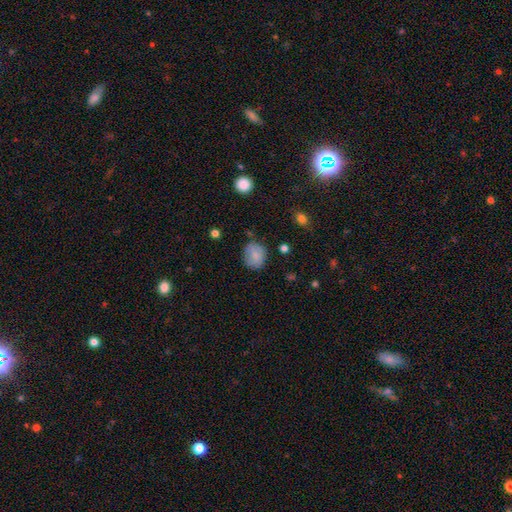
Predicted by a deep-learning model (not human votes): A smooth galaxy with no disk features (80%) that is round (65%).

Vote fractions:
- Smooth or featured? smooth: 80% / featured or disk: 11% / star or artifact: 9%
- How rounded? round: 65% / in between: 34% / cigar-shaped: 1%
- Merging? none: 68% / minor disturbance: 23% / major disturbance: 6% / merger: 3%